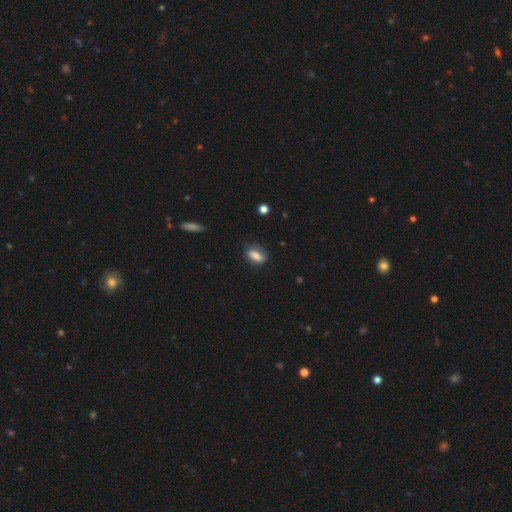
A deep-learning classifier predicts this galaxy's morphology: Smooth or featured? smooth (75%)
How rounded? in between (81%)
Merging? none (63%)